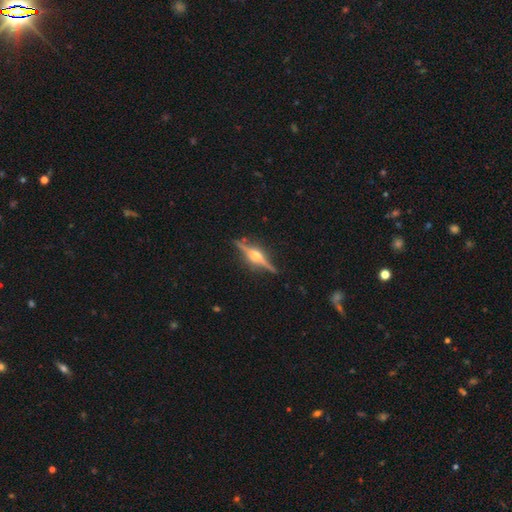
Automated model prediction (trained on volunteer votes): A featured or disk galaxy (86%) viewed edge-on (98%) with a rounded central bulge (94%).

Vote fractions:
- Smooth or featured? featured or disk: 86% / smooth: 8% / star or artifact: 6%
- Edge-on disk? yes: 98% / no: 2%
- Edge-on bulge? rounded: 94% / boxy: 4% / none: 1%
- Merging? none: 88% / minor disturbance: 9% / major disturbance: 2% / merger: 1%